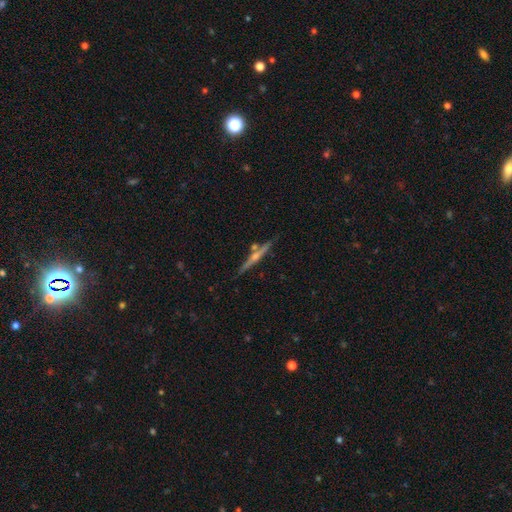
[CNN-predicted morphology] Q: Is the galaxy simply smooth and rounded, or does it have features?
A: featured or disk — 70%.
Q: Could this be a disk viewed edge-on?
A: yes — 97%.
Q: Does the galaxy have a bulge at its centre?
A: rounded — 79%.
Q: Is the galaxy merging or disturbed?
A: none — 78%.